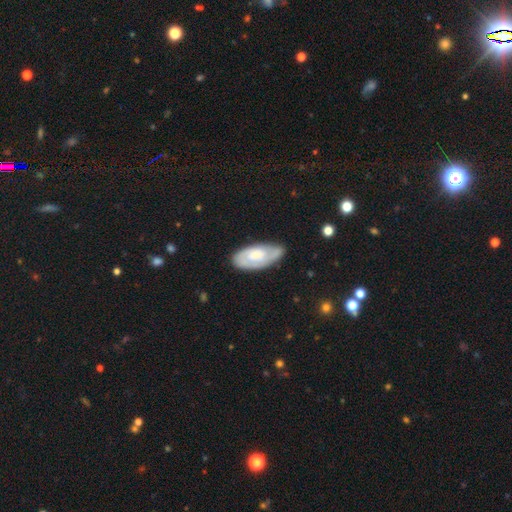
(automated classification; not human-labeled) A featured or disk galaxy (55%) with no bar (71%), spiral arms (78%) and a moderate central bulge (37%). Merging: none (70%).